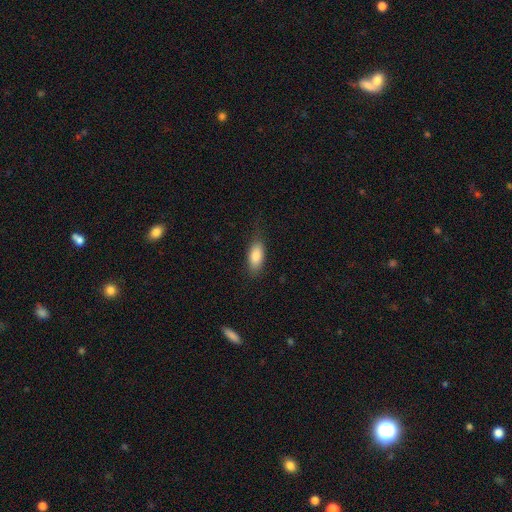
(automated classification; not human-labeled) Smooth or featured? Predicted: smooth (p=0.84). How rounded? Predicted: in between (p=0.83). Merging? Predicted: none (p=0.75).